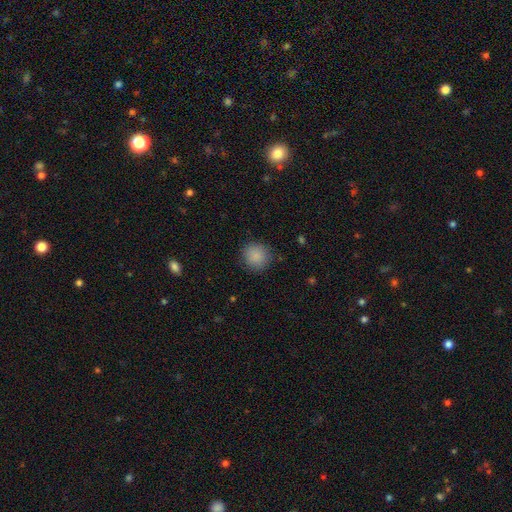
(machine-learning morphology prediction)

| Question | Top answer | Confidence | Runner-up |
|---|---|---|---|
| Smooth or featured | smooth | 87% | star or artifact (9%) |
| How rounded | round | 91% | in between (8%) |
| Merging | none | 85% | minor disturbance (10%) |